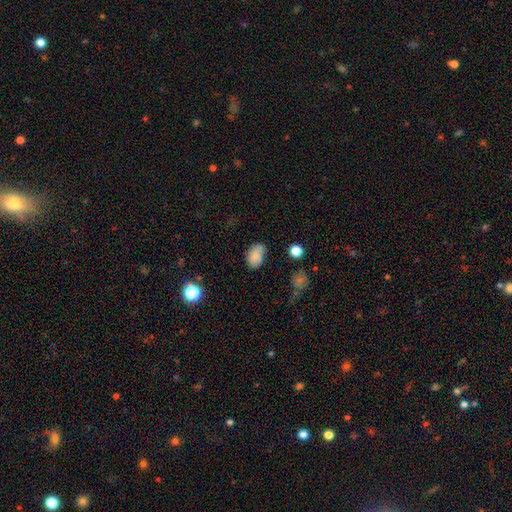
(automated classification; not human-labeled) Smooth or featured? smooth (80%)
How rounded? in between (86%)
Merging? none (60%)